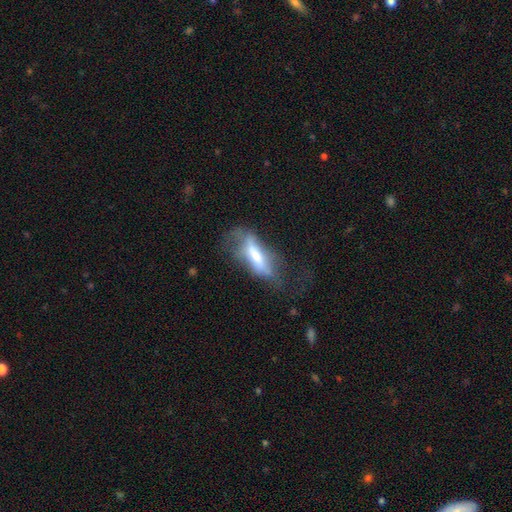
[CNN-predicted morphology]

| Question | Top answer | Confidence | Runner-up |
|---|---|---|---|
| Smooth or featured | smooth | 49% | featured or disk (43%) |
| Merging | major disturbance | 35% | tied: none (35%) |